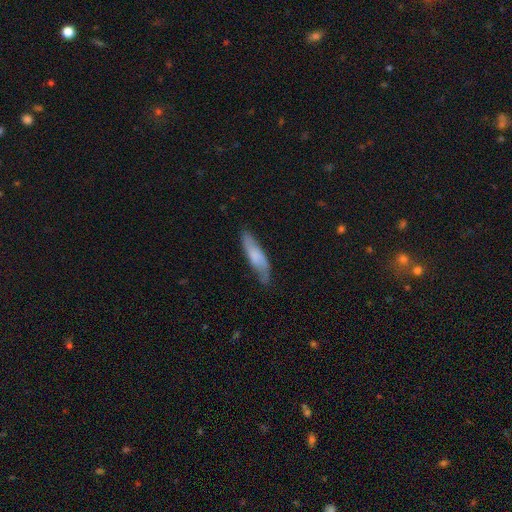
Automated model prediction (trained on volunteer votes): This appears to be a smooth galaxy with no disk features (59%) that is cigar-shaped (68%). Merging: none (71%).